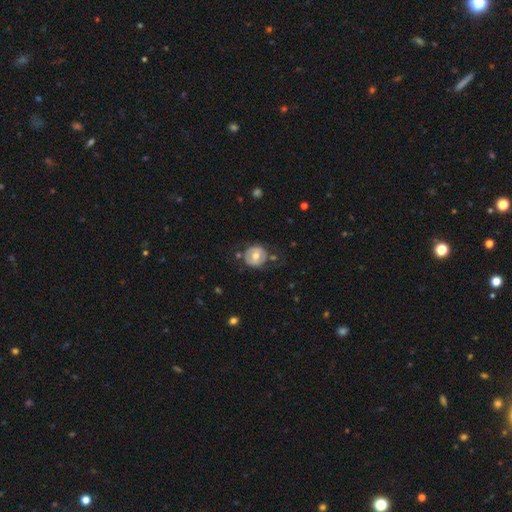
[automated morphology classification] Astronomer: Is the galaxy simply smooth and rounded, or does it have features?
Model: smooth — 52% (runner-up: featured or disk, 41%).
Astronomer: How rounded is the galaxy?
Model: round — 86%.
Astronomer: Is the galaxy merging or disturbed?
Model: none — 69%.